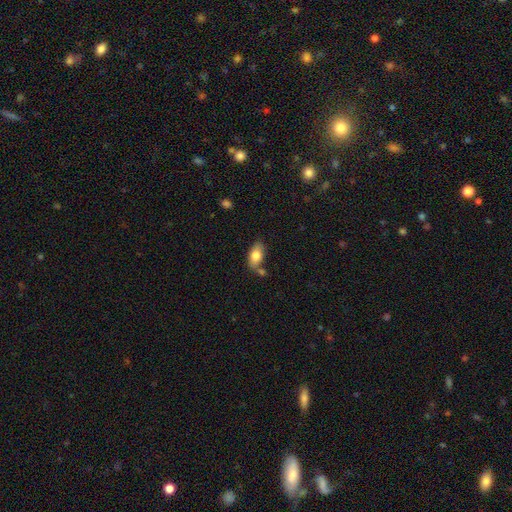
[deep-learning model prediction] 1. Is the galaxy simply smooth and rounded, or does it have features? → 80% smooth, 13% featured or disk, 7% star or artifact.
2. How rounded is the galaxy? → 92% in between, 5% round, 3% cigar-shaped.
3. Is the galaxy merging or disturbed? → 63% none, 17% minor disturbance, 15% merger, 5% major disturbance.